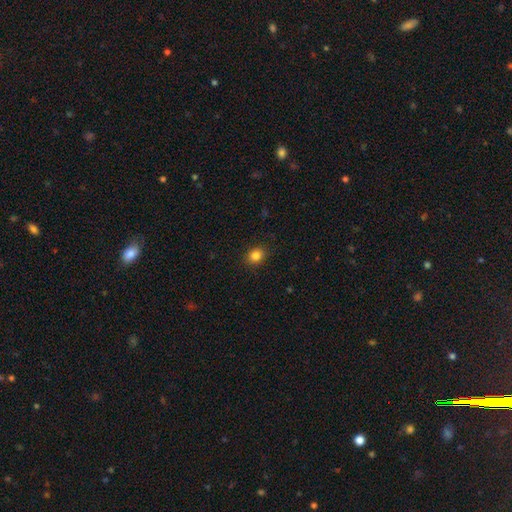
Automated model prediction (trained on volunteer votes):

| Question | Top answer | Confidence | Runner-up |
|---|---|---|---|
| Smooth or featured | smooth | 84% | star or artifact (11%) |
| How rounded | round | 61% | in between (38%) |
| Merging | none | 90% | minor disturbance (7%) |